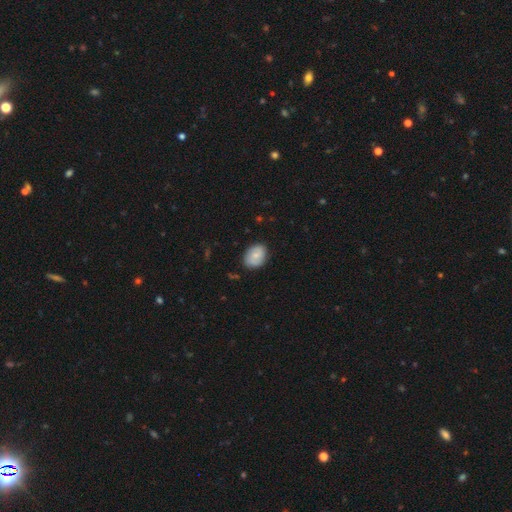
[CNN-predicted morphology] Smooth or featured?
  - smooth: 60% *
  - featured or disk: 33%
  - star or artifact: 7%
How rounded?
  - in between: 66% *
  - round: 33%
  - cigar-shaped: 1%
Merging?
  - none: 79% *
  - minor disturbance: 16%
  - major disturbance: 3%
  - merger: 1%